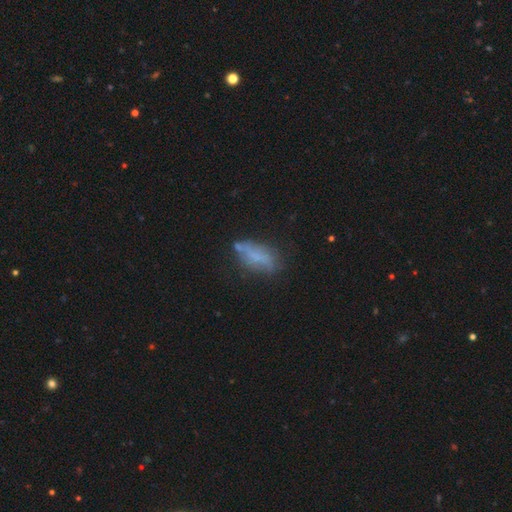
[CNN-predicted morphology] The model was most divided on "smooth or featured": smooth: 50%, featured or disk: 39%, star or artifact: 12%. More confident: merging — none (54%).